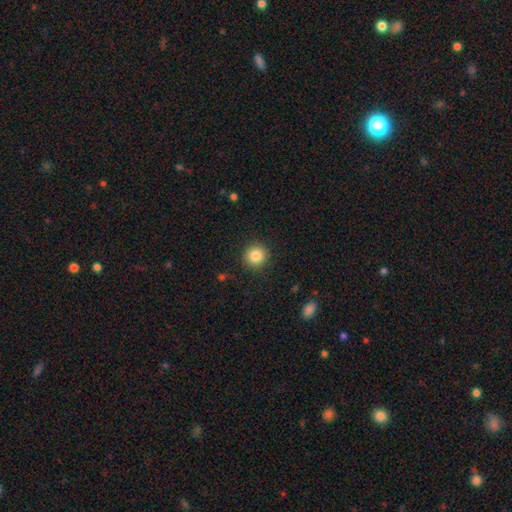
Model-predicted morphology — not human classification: A smooth galaxy with no disk features (84%) that is round (94%).

Vote fractions:
- Smooth or featured? smooth: 84% / star or artifact: 10% / featured or disk: 6%
- How rounded? round: 94% / in between: 5% / cigar-shaped: 1%
- Merging? none: 90% / minor disturbance: 6% / major disturbance: 2% / merger: 1%